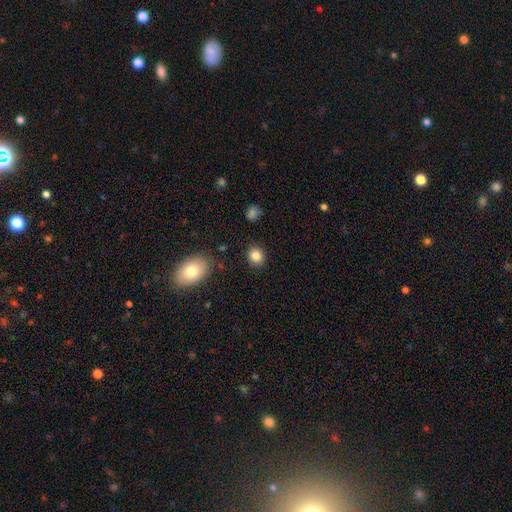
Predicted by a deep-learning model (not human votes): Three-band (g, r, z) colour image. It shows a smooth galaxy with no disk features (85%) that is round (75%). Merging: none (88%).